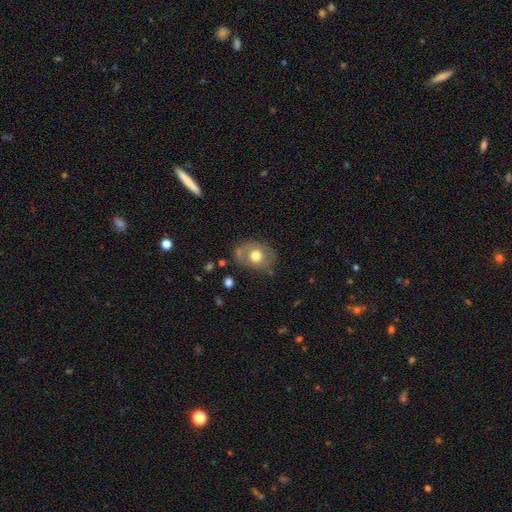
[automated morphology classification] Overall: smooth (59%; featured or disk 33%). How rounded: in between (55%; round 44%). Merging: none (70%).